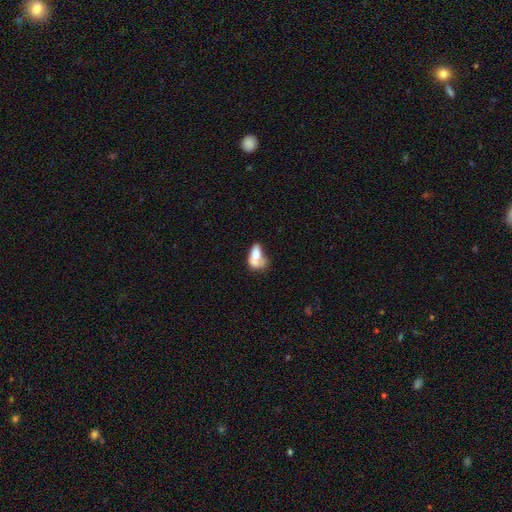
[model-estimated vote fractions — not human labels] A smooth galaxy with no disk features (65%) that is in between round and cigar-shaped (83%). Merging: merger (47%).